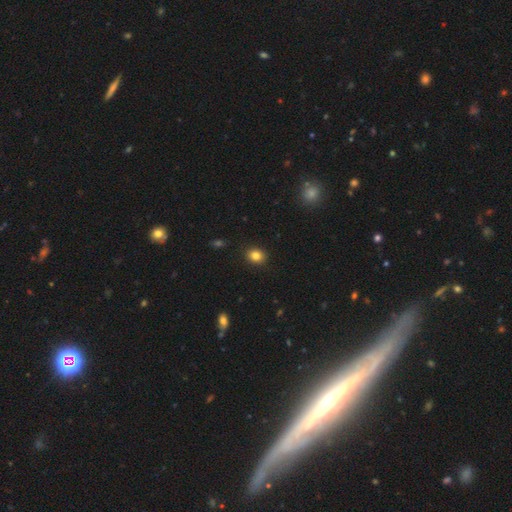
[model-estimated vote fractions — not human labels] Smooth or featured?
  - smooth: 84% *
  - star or artifact: 11%
  - featured or disk: 6%
How rounded?
  - round: 62% *
  - in between: 37%
  - cigar-shaped: 1%
Merging?
  - none: 90% *
  - minor disturbance: 7%
  - major disturbance: 2%
  - merger: 1%